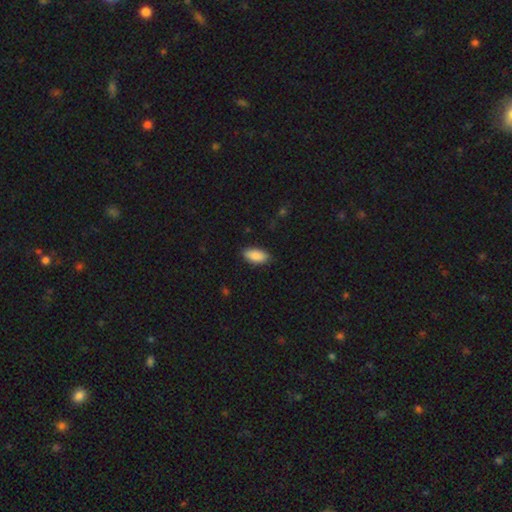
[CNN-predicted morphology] Smooth or featured?
  - smooth: 89% *
  - star or artifact: 6%
  - featured or disk: 5%
How rounded?
  - in between: 91% *
  - cigar-shaped: 7%
  - round: 2%
Merging?
  - none: 85% *
  - minor disturbance: 12%
  - major disturbance: 2%
  - merger: 1%